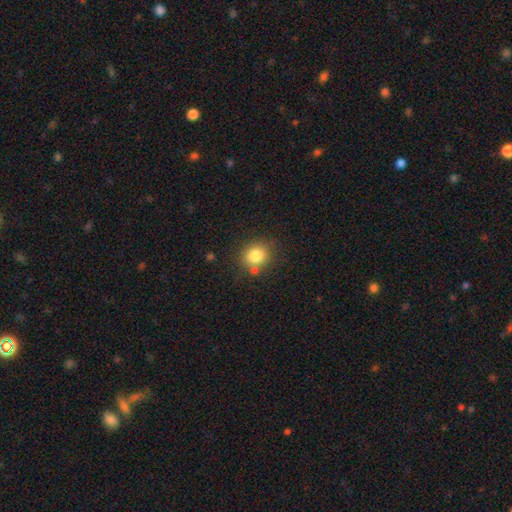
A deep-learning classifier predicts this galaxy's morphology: Smooth or featured? smooth (81%)
How rounded? round (79%)
Merging? none (74%)